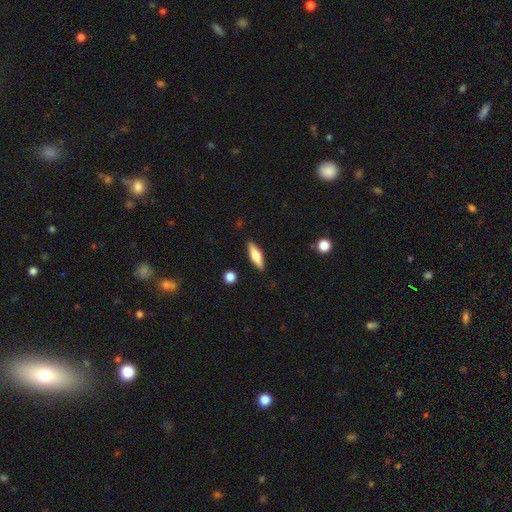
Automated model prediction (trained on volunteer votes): smooth 54%, featured or disk 40%, star or artifact 6%. Down the decision tree: how rounded — cigar-shaped (52%); merging — none (88%).